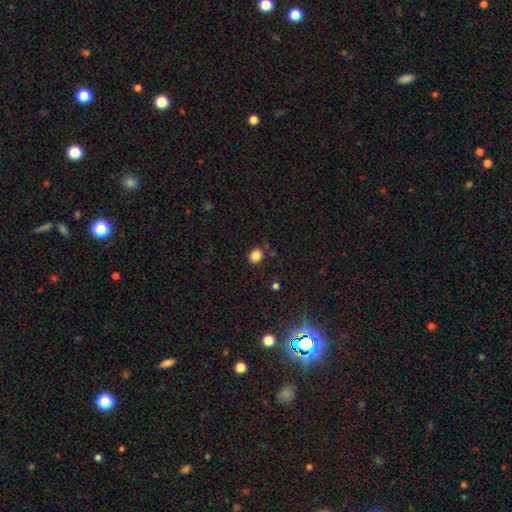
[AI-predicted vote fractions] This is clearly a smooth galaxy (84%). How rounded: likely round (71%). Merging: clearly none (82%).